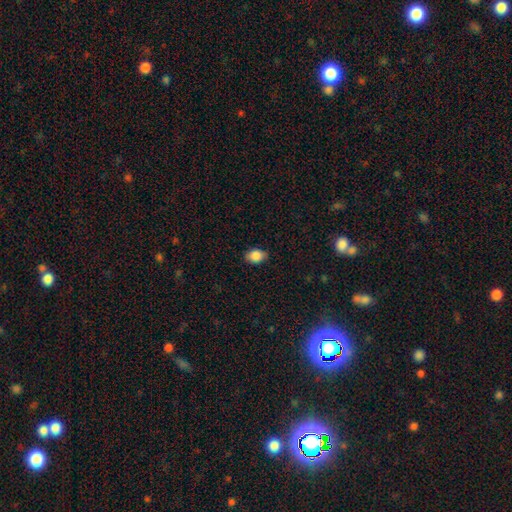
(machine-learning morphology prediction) Overall: smooth (86%). How rounded: in between (75%). Merging: none (82%).